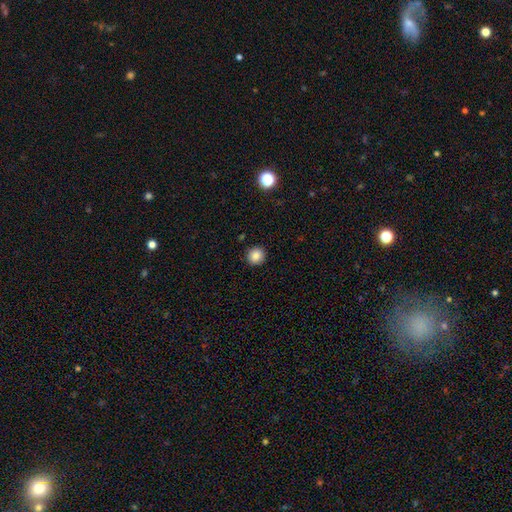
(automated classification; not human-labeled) Smooth or featured: smooth — 85% (star or artifact — 11%)
How rounded: round — 94% (in between — 5%)
Merging: none — 91% (minor disturbance — 6%)